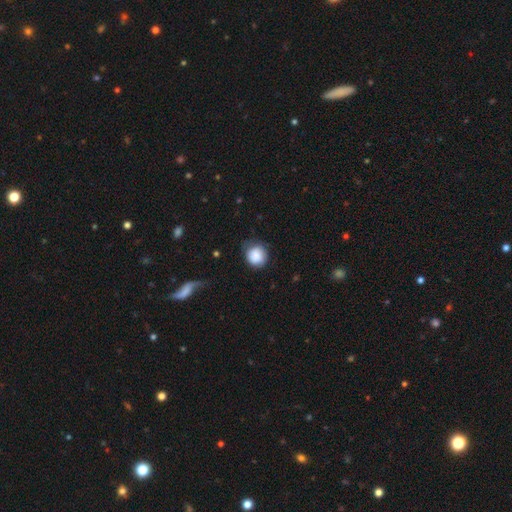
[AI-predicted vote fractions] A smooth galaxy with no disk features (85%) that is round (86%). Merging: none (66%).